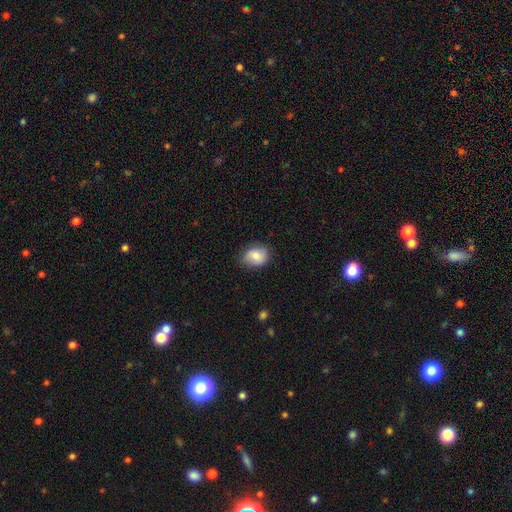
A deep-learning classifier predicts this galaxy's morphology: A smooth galaxy with no disk features (80%) that is in between round and cigar-shaped (53%). Merging: none (79%).